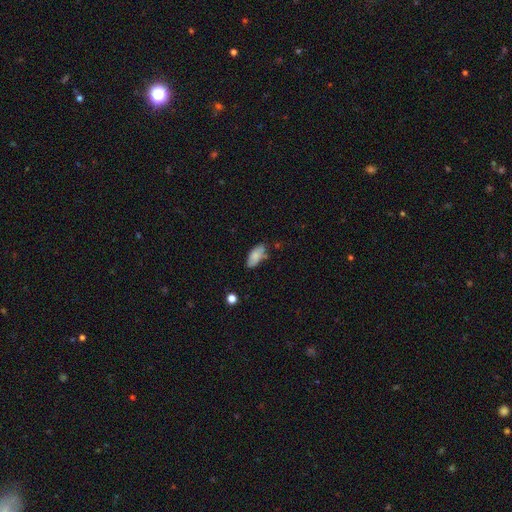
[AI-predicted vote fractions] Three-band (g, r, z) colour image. It shows a smooth galaxy with no disk features (80%) that is in between round and cigar-shaped (88%). Merging: none (64%).